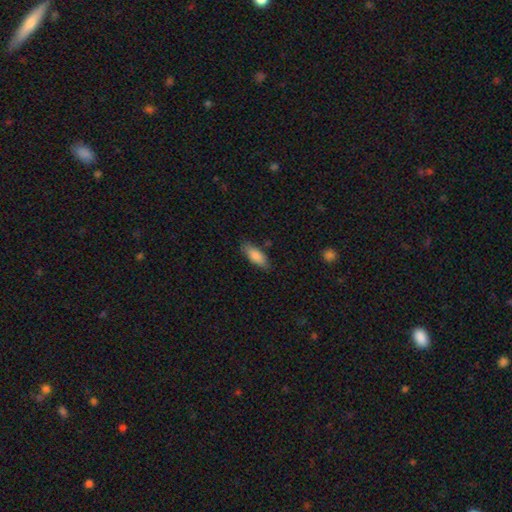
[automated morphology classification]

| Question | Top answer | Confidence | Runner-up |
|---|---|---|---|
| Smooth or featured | smooth | 85% | featured or disk (9%) |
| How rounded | in between | 75% | cigar-shaped (23%) |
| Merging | none | 81% | minor disturbance (14%) |